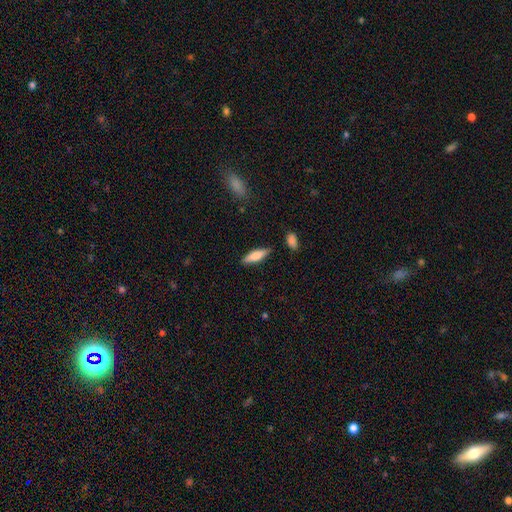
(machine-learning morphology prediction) Q: Smooth or featured?
A: smooth (70%); runner-up: featured or disk (24%)
Q: How rounded?
A: cigar-shaped (57%); runner-up: in between (41%)
Q: Merging?
A: none (85%); runner-up: minor disturbance (11%)